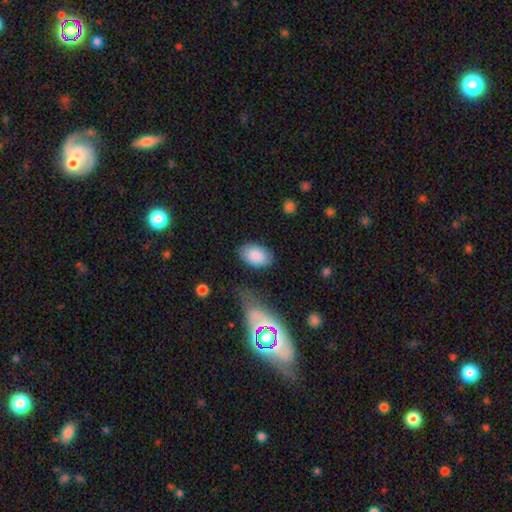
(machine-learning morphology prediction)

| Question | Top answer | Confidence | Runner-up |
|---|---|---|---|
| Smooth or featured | smooth | 85% | featured or disk (7%) |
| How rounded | in between | 91% | round (8%) |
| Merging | none | 77% | minor disturbance (15%) |